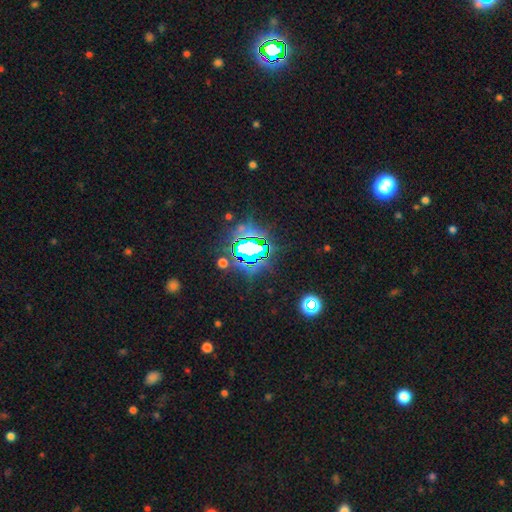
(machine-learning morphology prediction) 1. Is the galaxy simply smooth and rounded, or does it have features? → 75% star or artifact, 14% smooth, 11% featured or disk.